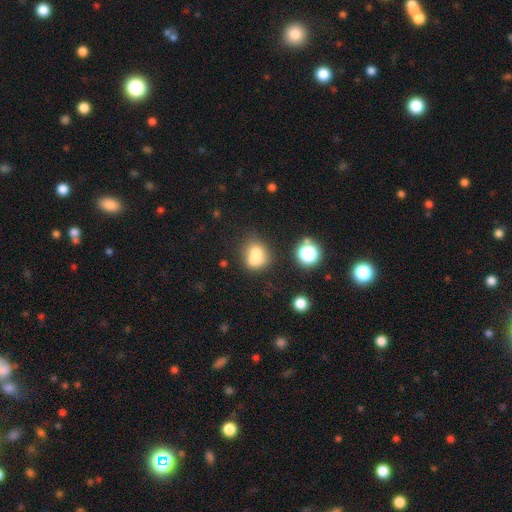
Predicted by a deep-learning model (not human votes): smooth 71%, featured or disk 15%, star or artifact 14%. Down the decision tree: how rounded — round (61%); merging — none (39%).